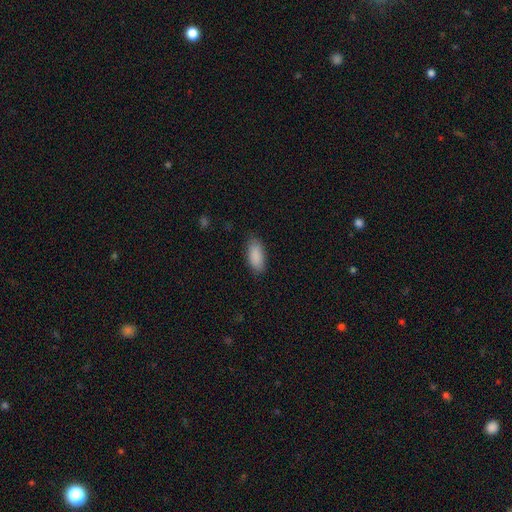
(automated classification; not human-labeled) The model was most divided on "merging": none: 82%, minor disturbance: 14%, major disturbance: 3%, merger: 1%. More confident: smooth or featured — smooth (89%); how rounded — in between (87%).